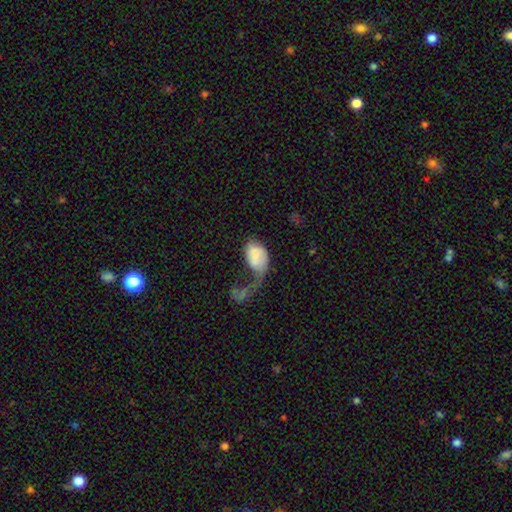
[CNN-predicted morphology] The model was most divided on "smooth or featured": smooth: 66%, featured or disk: 26%, star or artifact: 7%. More confident: how rounded — in between (87%); merging — major disturbance (58%).